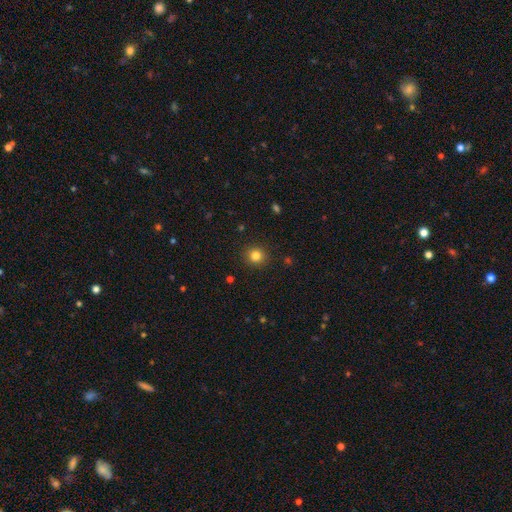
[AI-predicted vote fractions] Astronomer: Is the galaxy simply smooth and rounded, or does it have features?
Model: smooth — 82%.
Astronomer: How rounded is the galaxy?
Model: round — 89%.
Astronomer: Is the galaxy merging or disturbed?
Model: none — 91%.